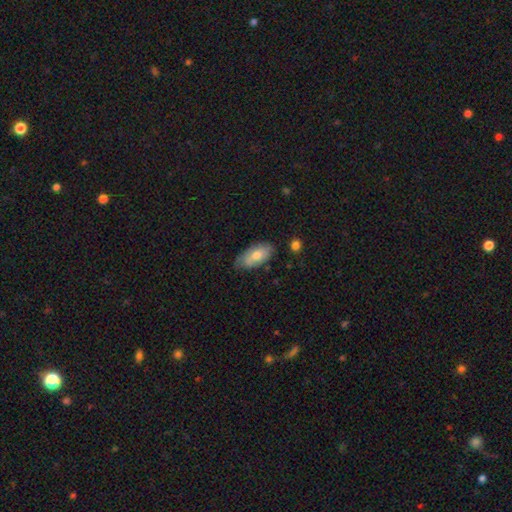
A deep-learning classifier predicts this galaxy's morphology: This appears to be a smooth galaxy with no disk features (72%) that is in between round and cigar-shaped (91%). Merging: none (67%).